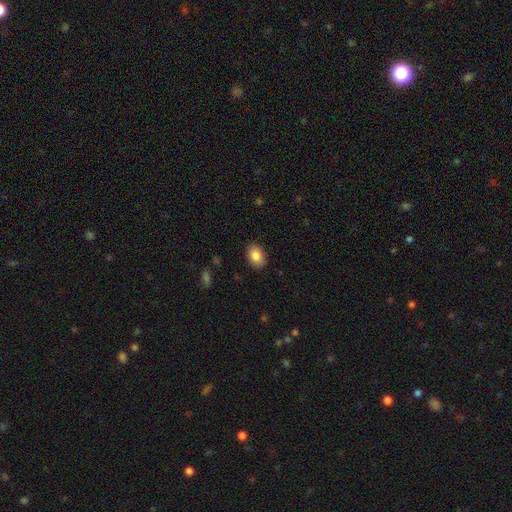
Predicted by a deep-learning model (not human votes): Smooth or featured? smooth (85%)
How rounded? in between (78%)
Merging? none (87%)